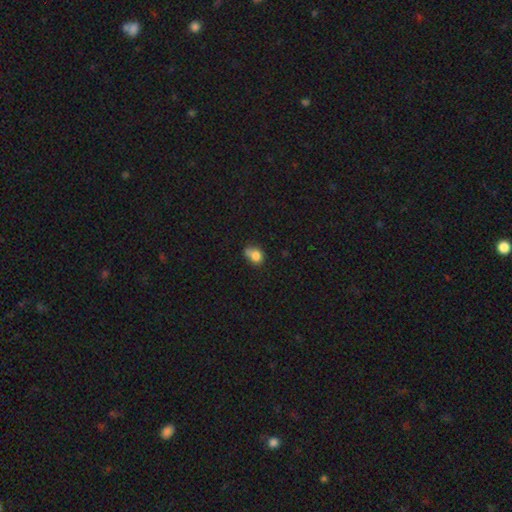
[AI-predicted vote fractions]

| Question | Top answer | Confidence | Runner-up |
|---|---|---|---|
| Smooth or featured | smooth | 79% | star or artifact (11%) |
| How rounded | round | 50% | in between (48%) |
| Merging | none | 41% | minor disturbance (33%) |